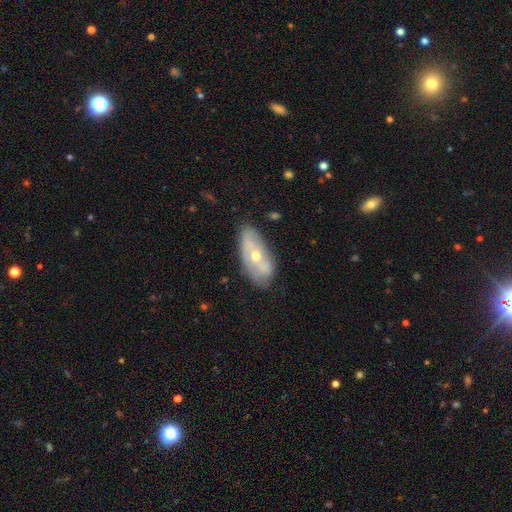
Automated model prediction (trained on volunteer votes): featured or disk 57%, smooth 35%, star or artifact 8%. Down the decision tree: edge-on disk — no (84%); merging — none (66%).